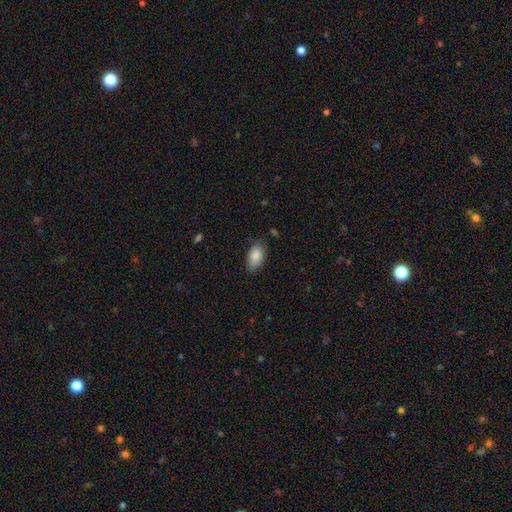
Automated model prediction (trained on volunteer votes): Smooth or featured?
  - smooth: 86% *
  - featured or disk: 8%
  - star or artifact: 7%
How rounded?
  - in between: 93% *
  - round: 4%
  - cigar-shaped: 3%
Merging?
  - none: 69% *
  - minor disturbance: 25%
  - major disturbance: 5%
  - merger: 2%